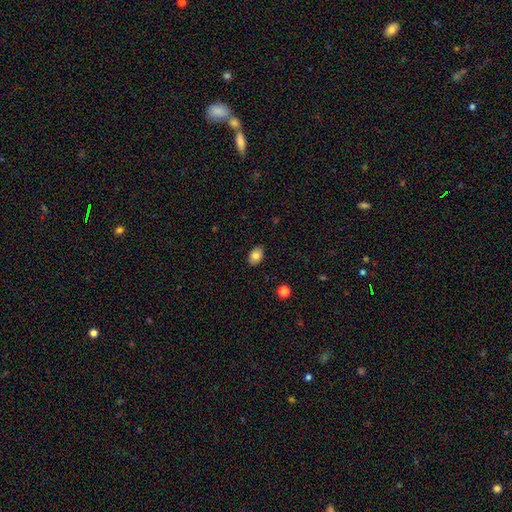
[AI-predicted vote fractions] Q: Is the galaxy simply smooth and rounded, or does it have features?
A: smooth — 82%.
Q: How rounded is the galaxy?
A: in between — 86%.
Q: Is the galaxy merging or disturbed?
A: none — 87%.